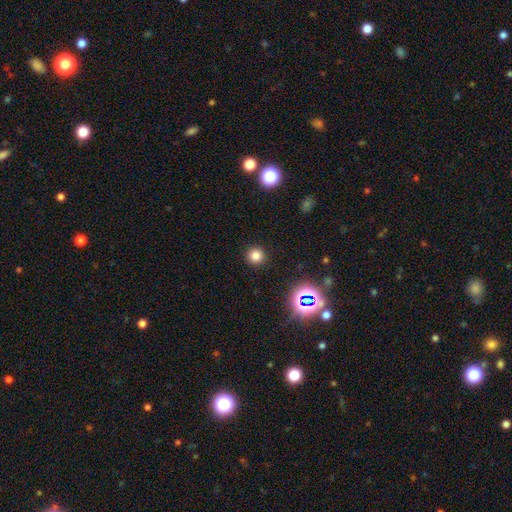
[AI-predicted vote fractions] A smooth galaxy with no disk features (77%) that is round (93%). Merging: none (91%).